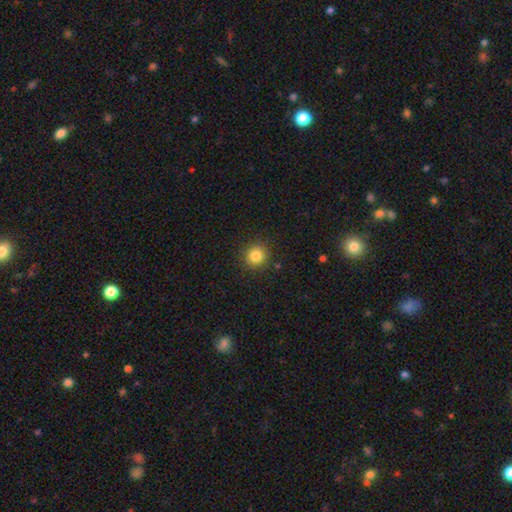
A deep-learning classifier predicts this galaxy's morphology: Smooth or featured? smooth (84%)
How rounded? round (91%)
Merging? none (89%)